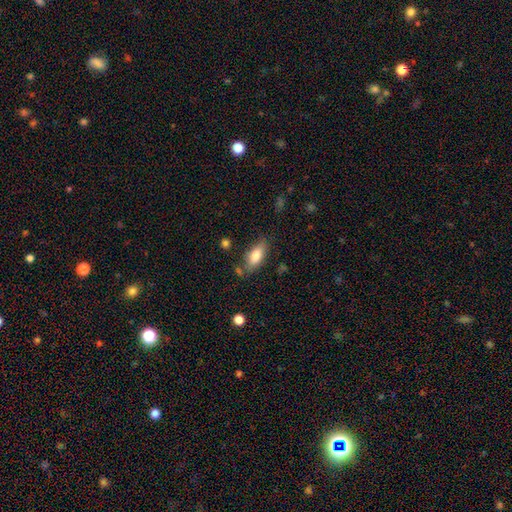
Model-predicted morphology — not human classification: Smooth or featured? smooth (79%)
How rounded? in between (80%)
Merging? none (71%)